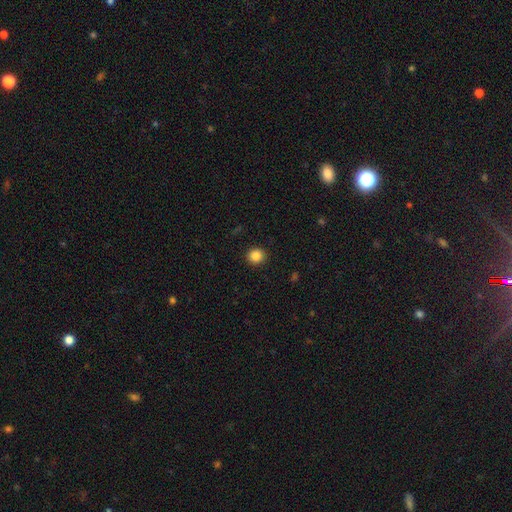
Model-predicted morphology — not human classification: Smooth or featured: smooth — 86% (star or artifact — 10%)
How rounded: round — 89% (in between — 10%)
Merging: none — 92% (minor disturbance — 5%)